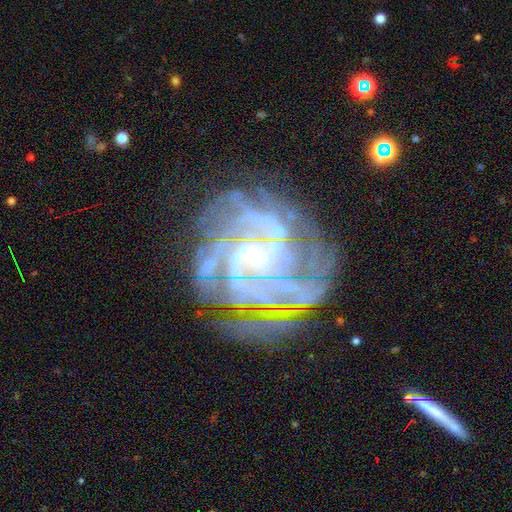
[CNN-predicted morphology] Smooth or featured?
  - featured or disk: 85% *
  - star or artifact: 9%
  - smooth: 6%
Edge-on disk?
  - no: 97% *
  - yes: 3%
Bar?
  - no: 71% *
  - weak: 21%
  - strong: 8%
Spiral arms?
  - yes: 93% *
  - no: 7%
Spiral winding?
  - tight: 73% *
  - medium: 21%
  - loose: 6%
Spiral arm count?
  - can't tell: 31% *
  - 4: 17%
  - more than 4: 17%
  - 3: 14%
  - 2: 12%
  - 1: 8%
Bulge size?
  - small: 76% *
  - moderate: 14%
  - none: 6%
  - large: 2%
  - dominant: 1%
Merging?
  - none: 67% *
  - minor disturbance: 18%
  - major disturbance: 12%
  - merger: 3%